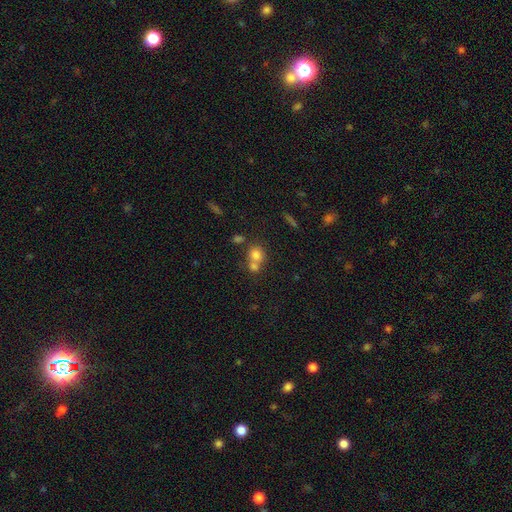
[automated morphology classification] smooth-or-featured: smooth: 71% | star or artifact: 15% | featured or disk: 14%
  how-rounded: round: 77% | in between: 22% | cigar-shaped: 1%
  merging: merger: 52% | none: 38% | minor disturbance: 7% | major disturbance: 3%